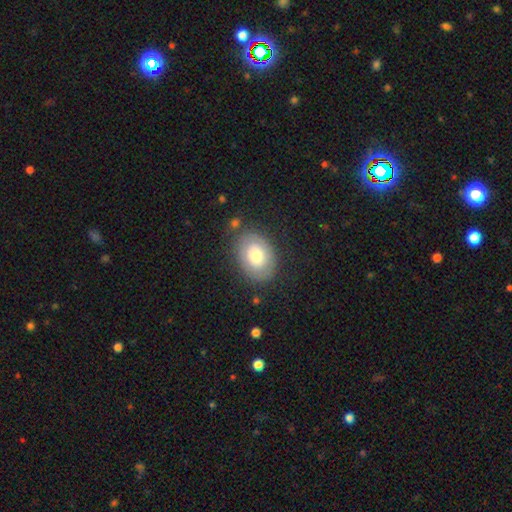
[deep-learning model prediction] Smooth or featured: smooth — 64% (featured or disk — 29%)
How rounded: in between — 75% (round — 24%)
Merging: none — 79% (minor disturbance — 13%)